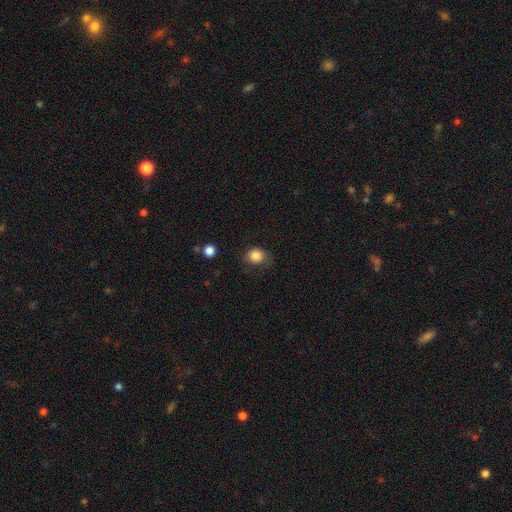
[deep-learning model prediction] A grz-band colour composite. It shows a smooth galaxy with no disk features (84%) that is round (73%). Merging: none (63%).